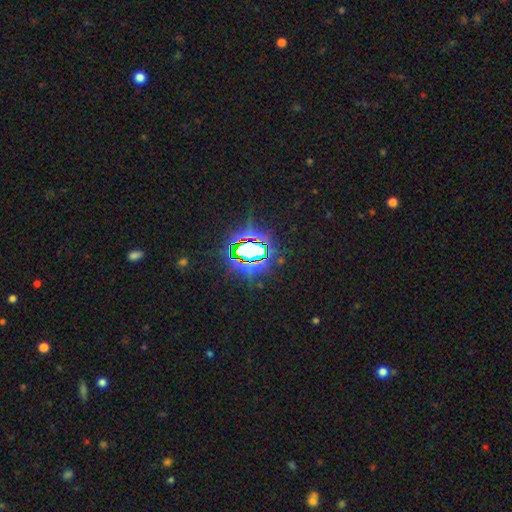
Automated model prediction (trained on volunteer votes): The model was most divided on "smooth or featured": star or artifact: 80%, smooth: 11%, featured or disk: 9%.